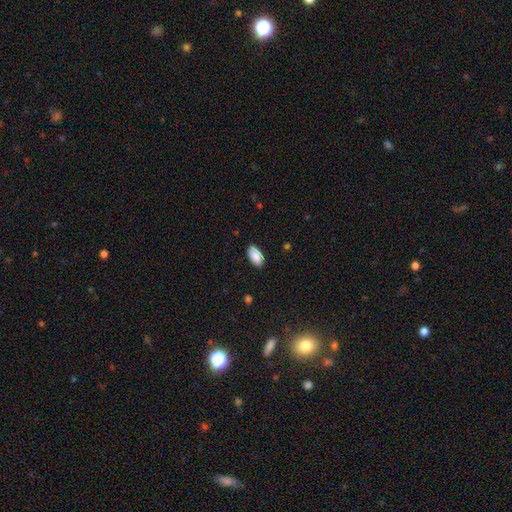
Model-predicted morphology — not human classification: Smooth or featured? Predicted: smooth (p=0.89). How rounded? Predicted: in between (p=0.95). Merging? Predicted: none (p=0.86).